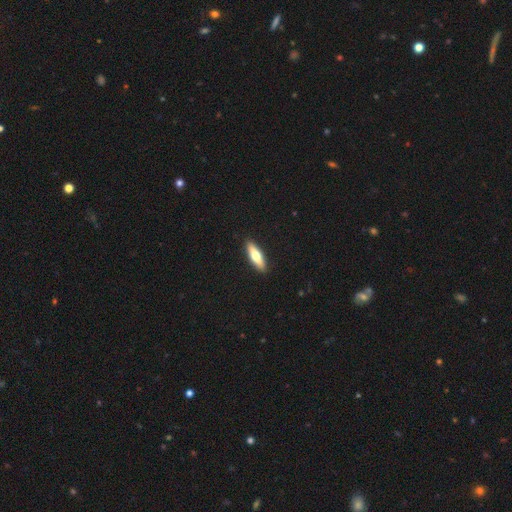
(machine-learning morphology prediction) smooth_or_featured: smooth (p=0.60) [alt: featured or disk p=0.35]
how_rounded: cigar-shaped (p=0.60) [alt: in between p=0.37]
merging: none (p=0.92) [alt: minor disturbance p=0.06]